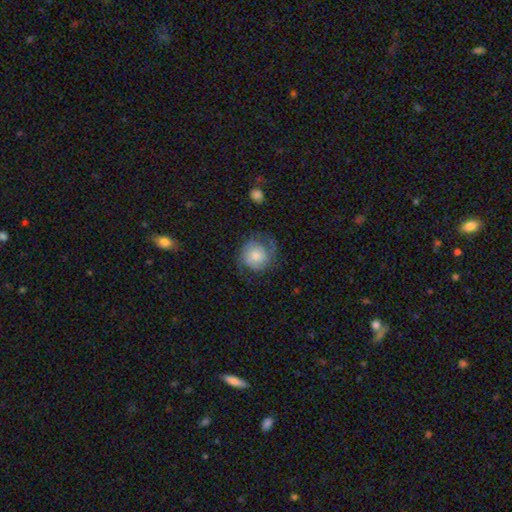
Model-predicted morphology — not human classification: A featured or disk galaxy (46%, tied with smooth). Merging: none (60%).